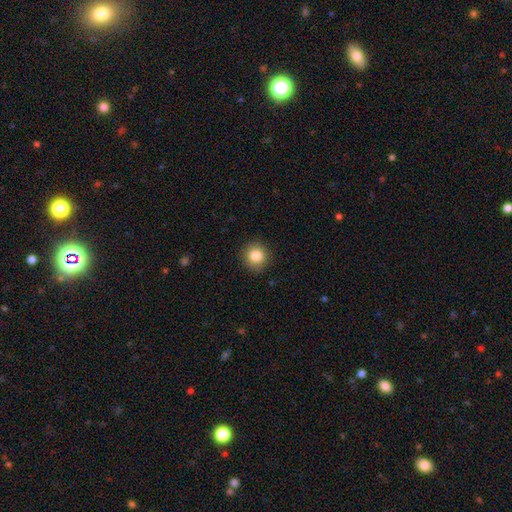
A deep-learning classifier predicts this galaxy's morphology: The model was most divided on "smooth or featured": smooth: 84%, star or artifact: 10%, featured or disk: 6%. More confident: how rounded — round (91%); merging — none (90%).